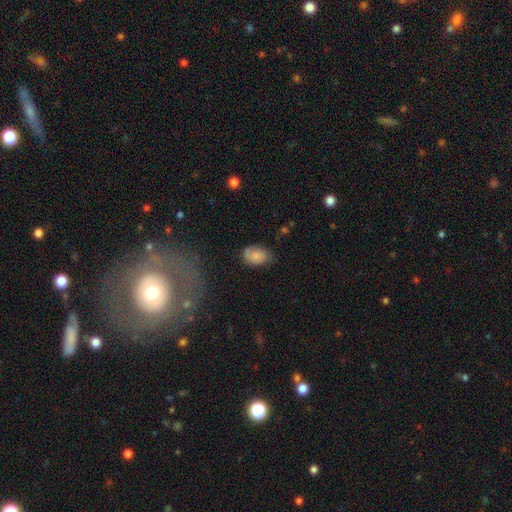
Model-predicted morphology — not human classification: The model was most divided on "merging": none: 66%, minor disturbance: 26%, major disturbance: 6%, merger: 2%. More confident: how rounded — in between (84%); smooth or featured — smooth (71%).